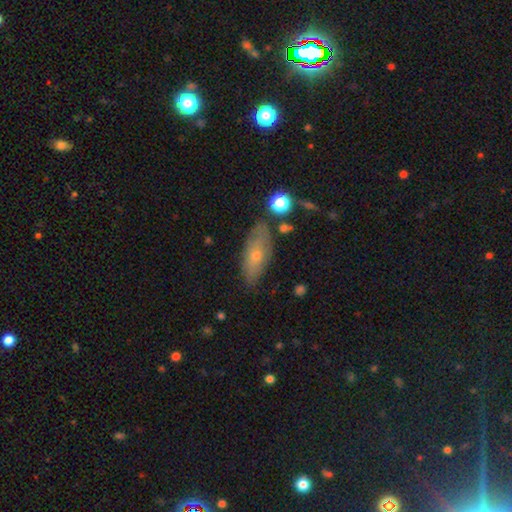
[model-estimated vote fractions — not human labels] Smooth or featured? smooth (57%)
How rounded? in between (72%)
Merging? none (74%)